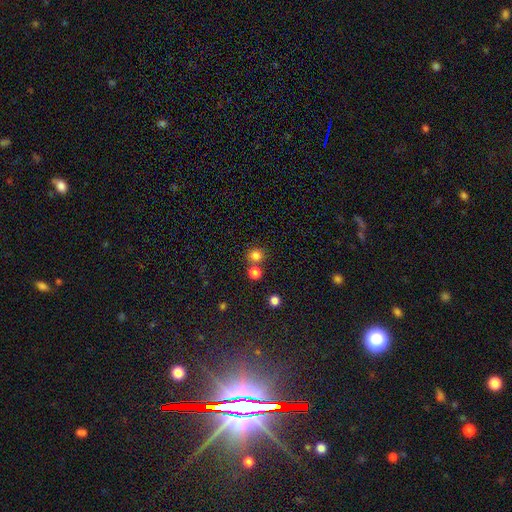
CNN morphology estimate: A smooth galaxy with no disk features (80%) that is round (89%). Merging: none (69%).